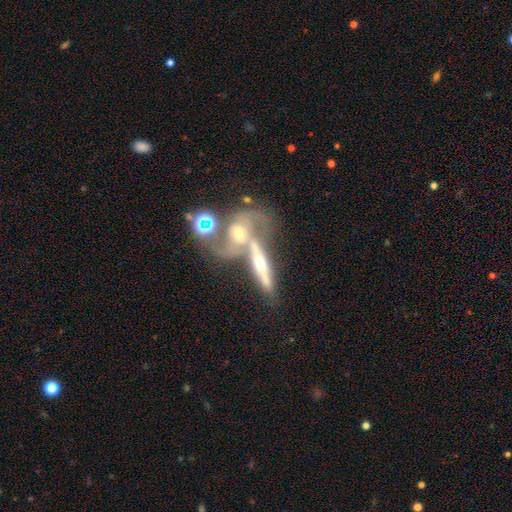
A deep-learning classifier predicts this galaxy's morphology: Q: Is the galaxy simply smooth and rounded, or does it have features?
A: featured or disk — 71%.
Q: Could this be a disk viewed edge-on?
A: no — 59%.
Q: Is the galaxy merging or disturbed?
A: merger — 61%.